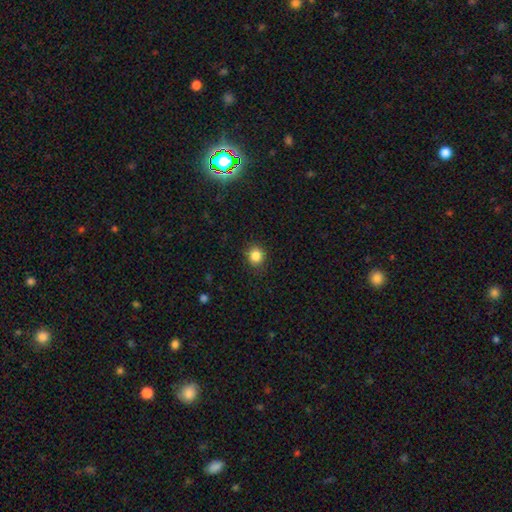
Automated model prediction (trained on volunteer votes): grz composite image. It shows a smooth galaxy with no disk features (84%) that is round (86%). Merging: none (88%).